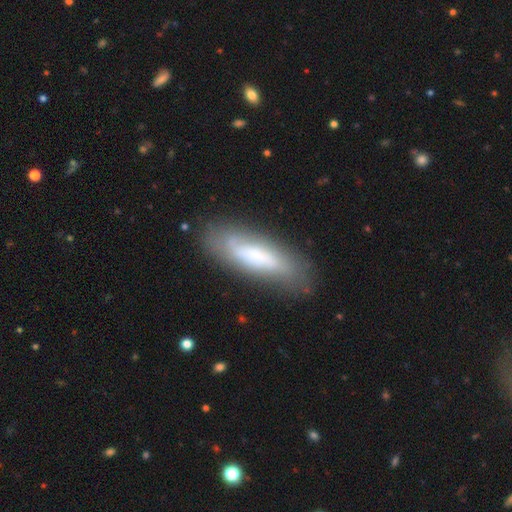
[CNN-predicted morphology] This appears to be a smooth galaxy with no disk features (49%). Merging: none (72%).